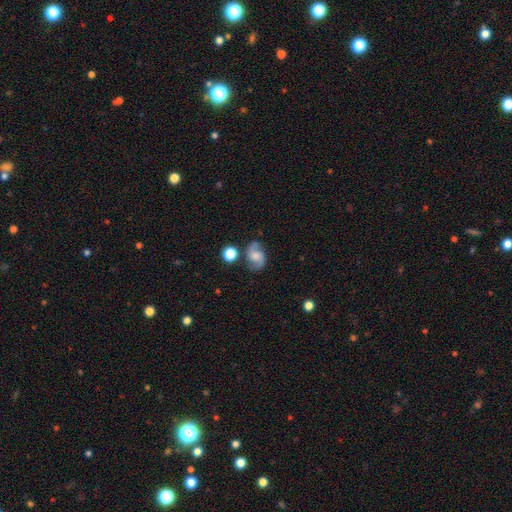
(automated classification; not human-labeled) A featured or disk galaxy (77%) with no bar (56%), 2 (93%) medium (48%) spiral arms (96%) and a moderate central bulge (41%). Merging: none (76%).